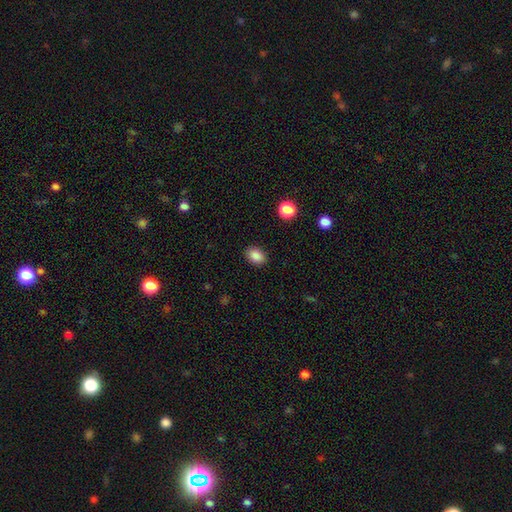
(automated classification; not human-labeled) Morphology: type=smooth (87%); roundness=in between (77%); merging=none (88%).